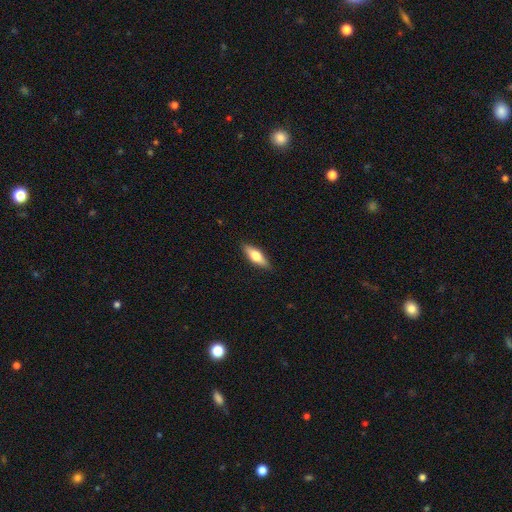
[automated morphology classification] Smooth or featured? smooth (61%)
How rounded? in between (56%)
Merging? none (89%)